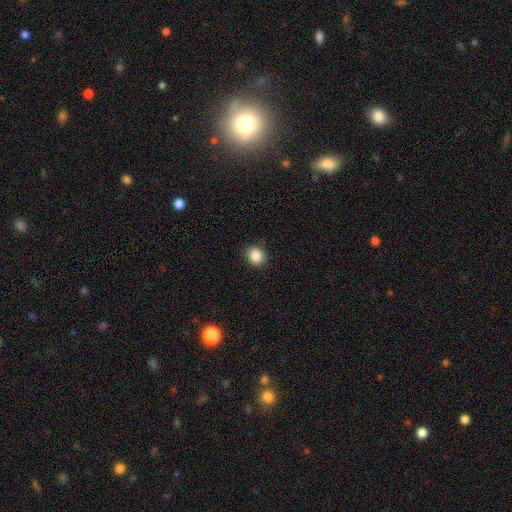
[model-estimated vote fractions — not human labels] This is clearly a smooth galaxy (87%). How rounded: likely round (74%). Merging: clearly none (87%).